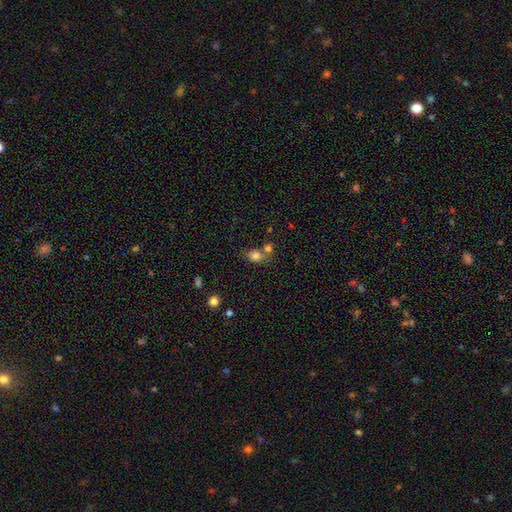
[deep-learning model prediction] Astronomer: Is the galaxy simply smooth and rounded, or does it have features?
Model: smooth — 79%.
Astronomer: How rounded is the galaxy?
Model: in between — 58% (runner-up: round, 40%).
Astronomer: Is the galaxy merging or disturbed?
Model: none — 48% (runner-up: merger, 35%).